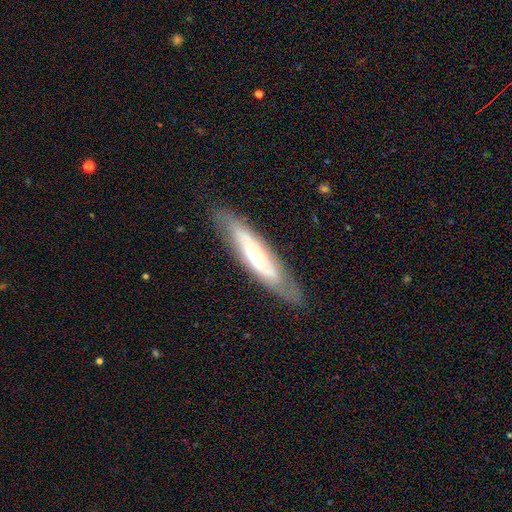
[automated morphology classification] This appears to be a featured or disk galaxy (66%). Merging: none (80%).